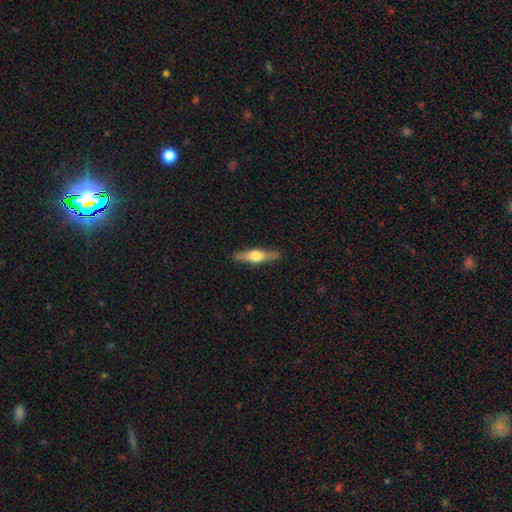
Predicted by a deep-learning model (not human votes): Overall: featured or disk (60%; smooth 34%). Edge-on disk: yes (95%). Edge-on bulge: rounded (94%). Merging: none (89%).